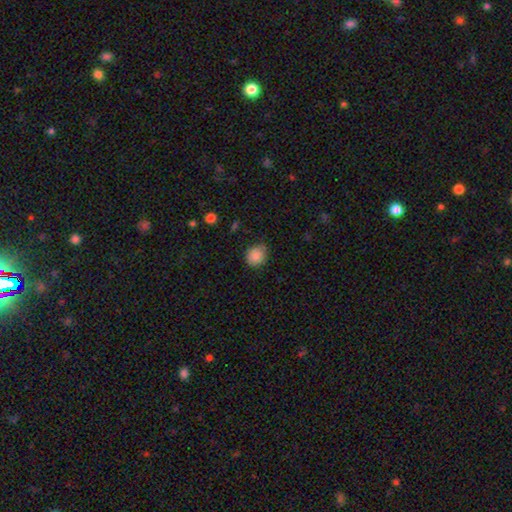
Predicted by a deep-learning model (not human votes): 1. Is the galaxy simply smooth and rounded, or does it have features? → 87% smooth, 9% star or artifact, 5% featured or disk.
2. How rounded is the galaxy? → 75% round, 24% in between, 1% cigar-shaped.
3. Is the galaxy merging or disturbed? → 77% none, 18% minor disturbance, 3% major disturbance, 1% merger.